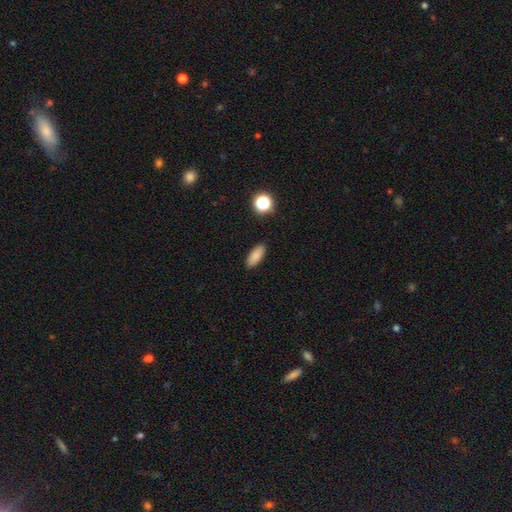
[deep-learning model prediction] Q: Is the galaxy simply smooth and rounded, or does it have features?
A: smooth — 85%.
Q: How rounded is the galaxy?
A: in between — 76%.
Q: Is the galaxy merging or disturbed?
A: none — 90%.